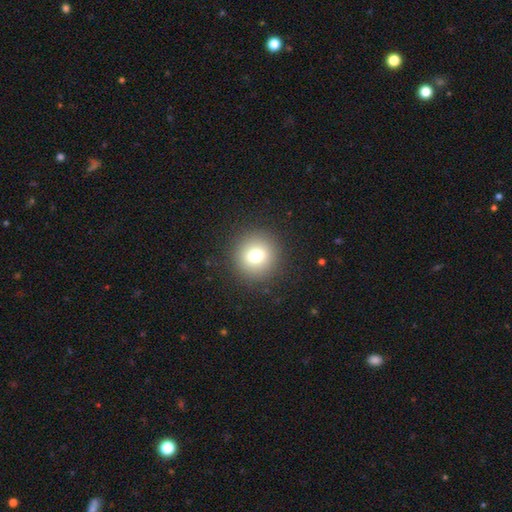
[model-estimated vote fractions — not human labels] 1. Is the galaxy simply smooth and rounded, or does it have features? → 75% smooth, 13% star or artifact, 12% featured or disk.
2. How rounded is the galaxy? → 94% round, 5% in between, 1% cigar-shaped.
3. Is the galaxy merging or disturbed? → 91% none, 5% minor disturbance, 3% major disturbance, 1% merger.